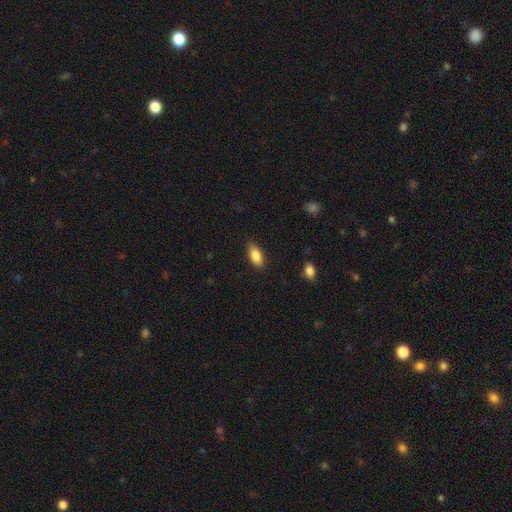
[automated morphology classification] Overall: smooth (85%). How rounded: in between (88%). Merging: none (84%).